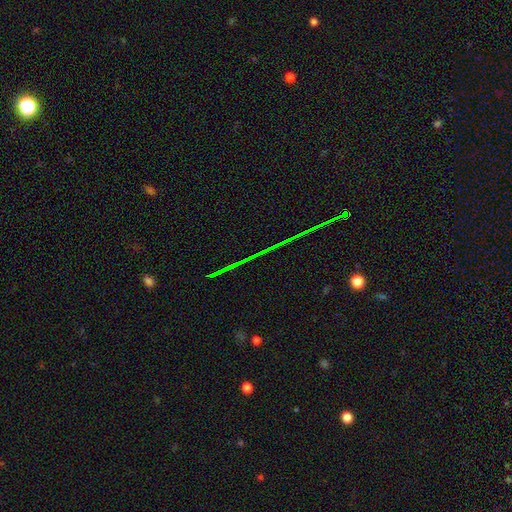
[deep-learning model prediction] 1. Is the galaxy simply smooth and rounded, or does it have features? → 76% star or artifact, 14% featured or disk, 10% smooth.